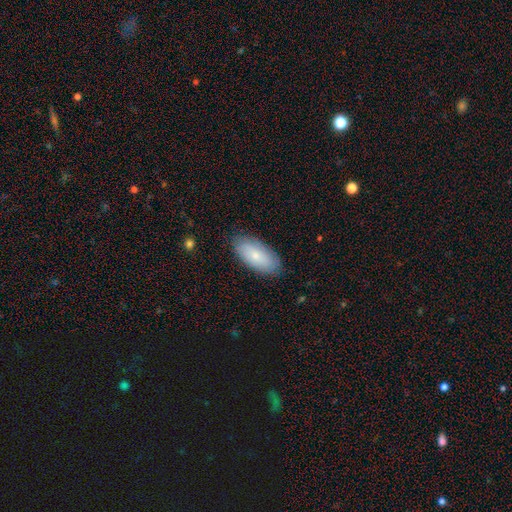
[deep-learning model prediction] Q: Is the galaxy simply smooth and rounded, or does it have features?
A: smooth — 75%.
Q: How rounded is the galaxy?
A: in between — 91%.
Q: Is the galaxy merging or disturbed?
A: none — 84%.